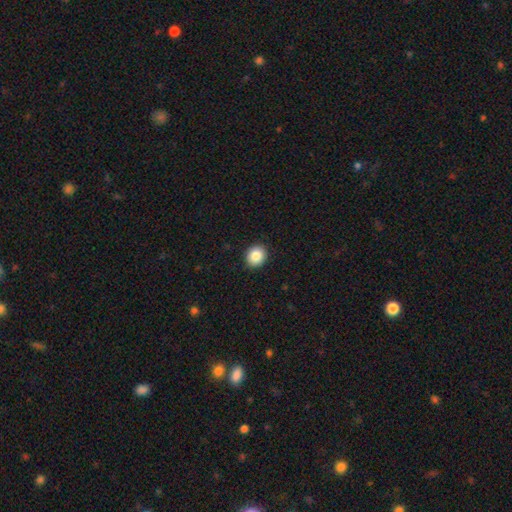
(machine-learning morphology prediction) Smooth or featured?
  - smooth: 86% *
  - star or artifact: 9%
  - featured or disk: 5%
How rounded?
  - round: 77% *
  - in between: 23%
  - cigar-shaped: 1%
Merging?
  - none: 92% *
  - minor disturbance: 6%
  - major disturbance: 2%
  - merger: 1%